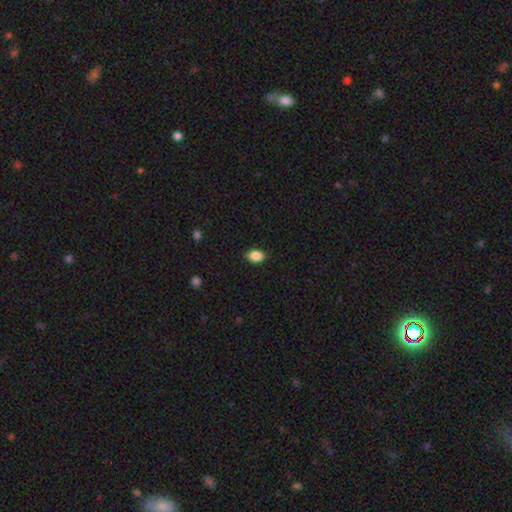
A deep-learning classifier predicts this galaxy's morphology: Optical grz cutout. It shows a smooth galaxy with no disk features (85%) that is in between round and cigar-shaped (84%). Merging: none (84%).